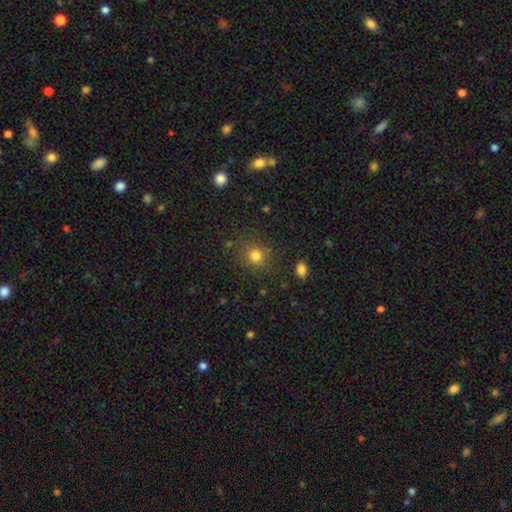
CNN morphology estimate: A smooth galaxy with no disk features (79%) that is round (84%).

Vote fractions:
- Smooth or featured? smooth: 79% / star or artifact: 15% / featured or disk: 6%
- How rounded? round: 84% / in between: 15% / cigar-shaped: 1%
- Merging? none: 84% / minor disturbance: 10% / major disturbance: 4% / merger: 2%